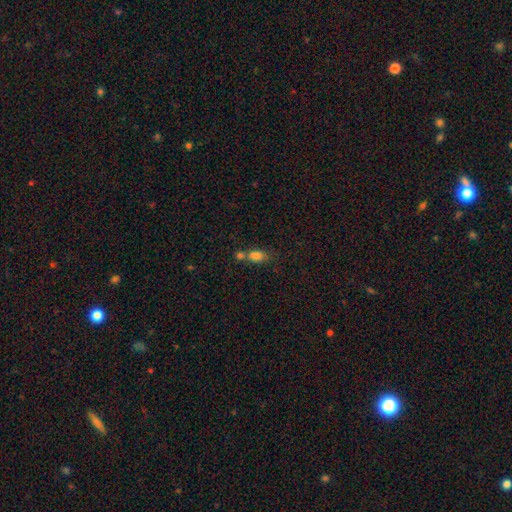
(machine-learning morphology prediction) smooth-or-featured: smooth: 80% | star or artifact: 11% | featured or disk: 9%
  how-rounded: in between: 79% | round: 14% | cigar-shaped: 7%
  merging: merger: 49% | none: 33% | minor disturbance: 12% | major disturbance: 6%